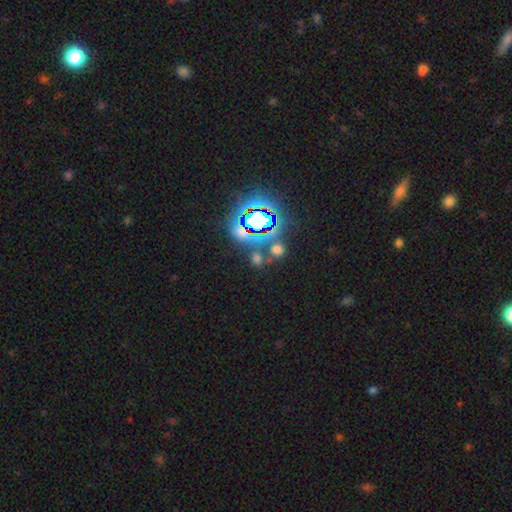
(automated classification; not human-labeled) Overall: star or artifact (66%).